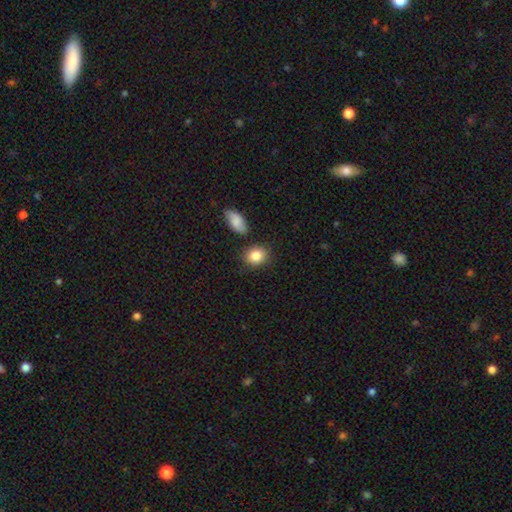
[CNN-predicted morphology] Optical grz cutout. It shows a smooth galaxy with no disk features (85%) that is round (56%). Merging: none (79%).